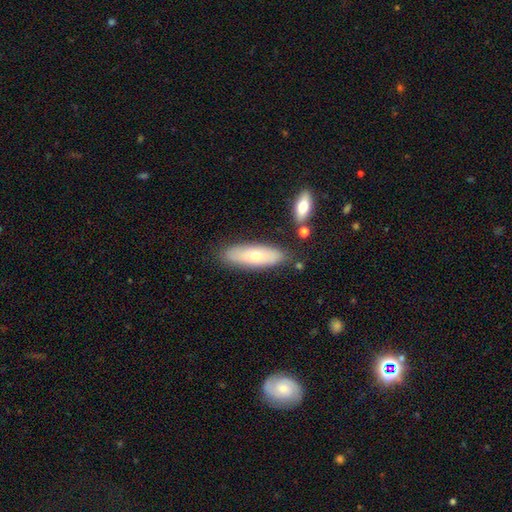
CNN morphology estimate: type=smooth (64%); roundness=cigar-shaped (50%); merging=none (80%).